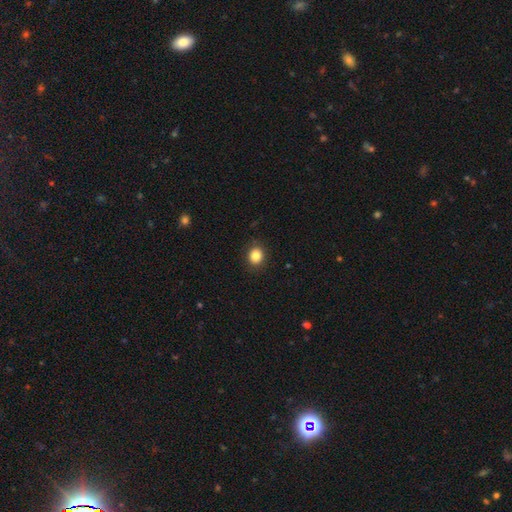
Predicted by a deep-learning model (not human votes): This is clearly a smooth galaxy (85%). How rounded: likely round (76%). Merging: clearly none (88%).